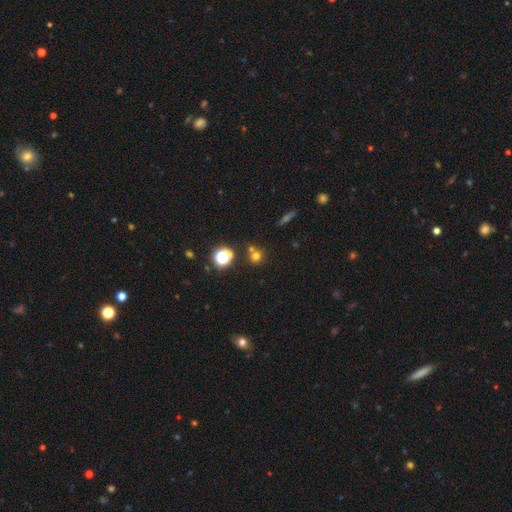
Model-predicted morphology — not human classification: Smooth or featured?
  - smooth: 66% *
  - star or artifact: 24%
  - featured or disk: 10%
How rounded?
  - round: 90% *
  - in between: 9%
  - cigar-shaped: 1%
Merging?
  - none: 64% *
  - merger: 26%
  - minor disturbance: 8%
  - major disturbance: 3%